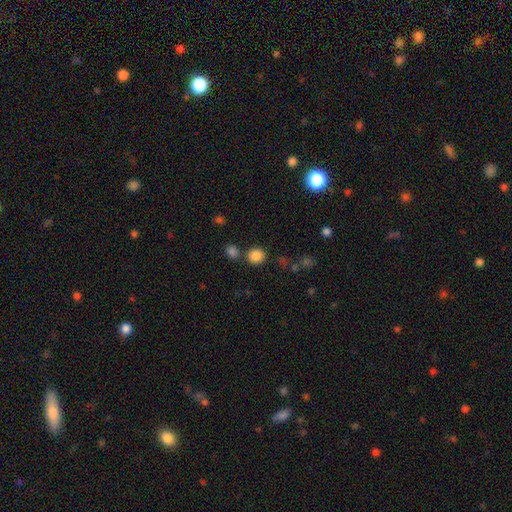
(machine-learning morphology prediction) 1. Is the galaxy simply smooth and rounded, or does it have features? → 85% smooth, 11% star or artifact, 4% featured or disk.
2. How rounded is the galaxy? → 85% round, 14% in between, 1% cigar-shaped.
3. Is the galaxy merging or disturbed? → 78% none, 11% merger, 8% minor disturbance, 3% major disturbance.